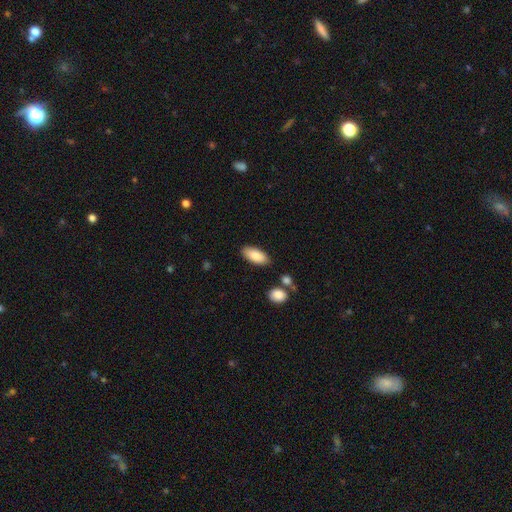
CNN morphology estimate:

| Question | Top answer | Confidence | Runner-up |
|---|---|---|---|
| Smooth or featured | smooth | 86% | featured or disk (8%) |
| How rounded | in between | 87% | cigar-shaped (11%) |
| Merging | none | 84% | minor disturbance (10%) |